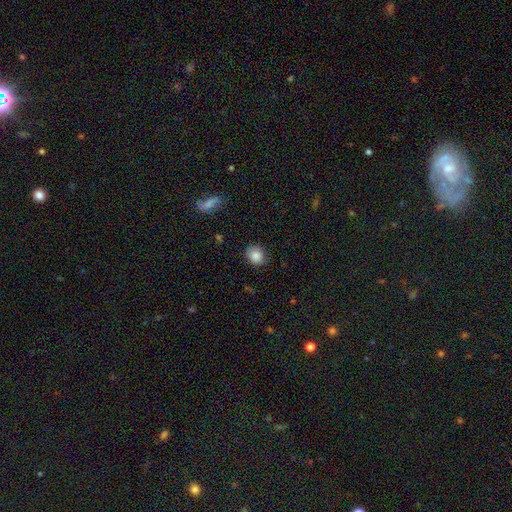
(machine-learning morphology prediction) Smooth or featured? Predicted: smooth (p=0.85). How rounded? Predicted: round (p=0.64). Merging? Predicted: none (p=0.82).